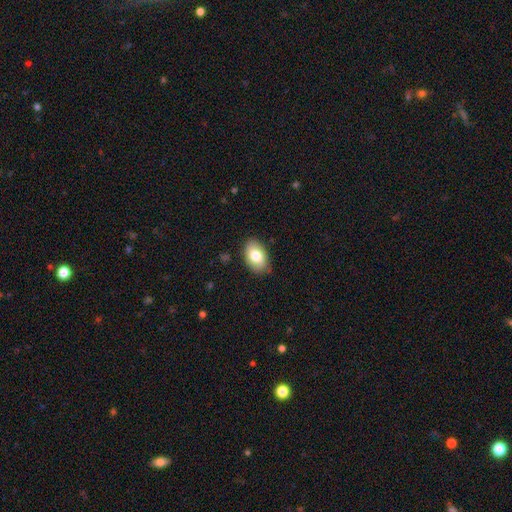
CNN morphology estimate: A smooth galaxy with no disk features (78%) that is in between round and cigar-shaped (89%).

Vote fractions:
- Smooth or featured? smooth: 78% / featured or disk: 14% / star or artifact: 7%
- How rounded? in between: 89% / round: 9% / cigar-shaped: 1%
- Merging? none: 83% / minor disturbance: 13% / major disturbance: 3% / merger: 1%